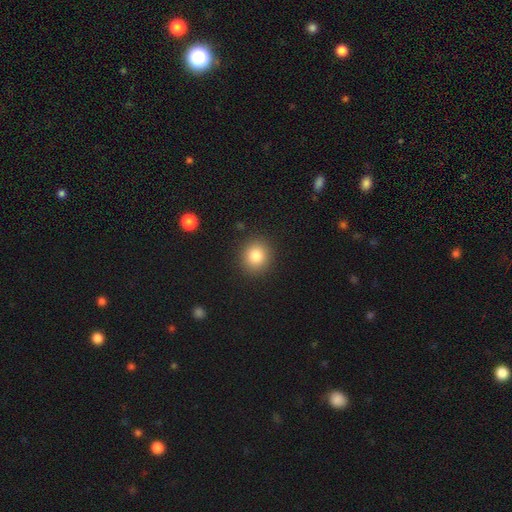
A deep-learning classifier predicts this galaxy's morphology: type=smooth (83%); roundness=round (83%); merging=none (90%).